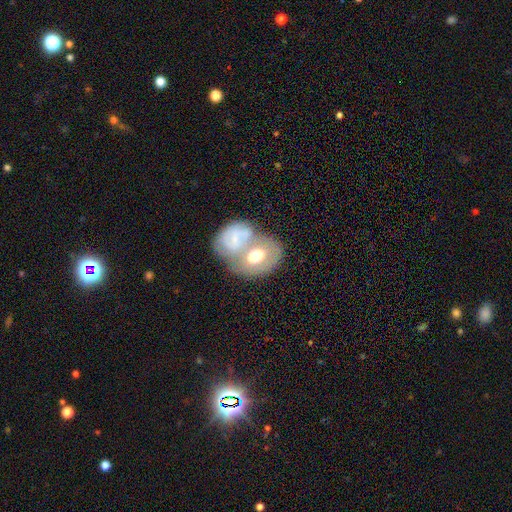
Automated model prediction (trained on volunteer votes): smooth_or_featured: smooth (p=0.48) [alt: featured or disk p=0.46]
merging: merger (p=0.64) [alt: none p=0.21]